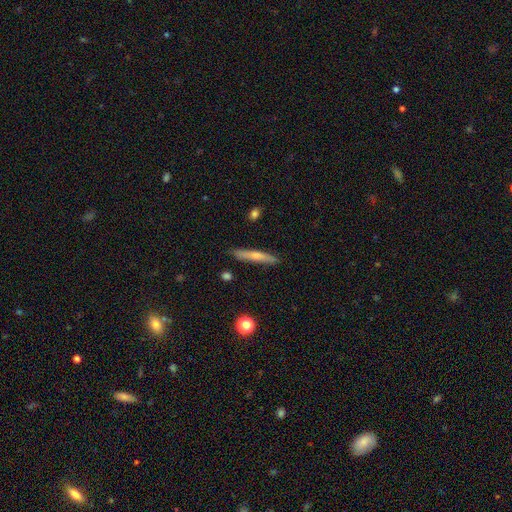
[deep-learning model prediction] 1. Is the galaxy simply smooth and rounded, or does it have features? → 55% smooth, 39% featured or disk, 6% star or artifact.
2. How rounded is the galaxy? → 93% cigar-shaped, 5% in between, 2% round.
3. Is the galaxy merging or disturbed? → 87% none, 10% minor disturbance, 2% major disturbance, 2% merger.